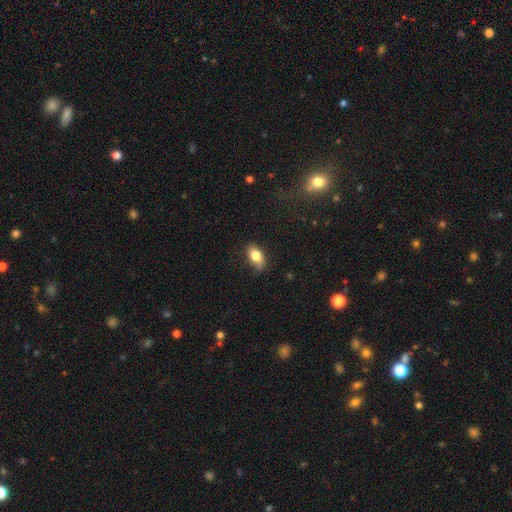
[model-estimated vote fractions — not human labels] smooth_or_featured: smooth (p=0.80) [alt: featured or disk p=0.12]
how_rounded: in between (p=0.87) [alt: round p=0.09]
merging: none (p=0.68) [alt: minor disturbance p=0.25]